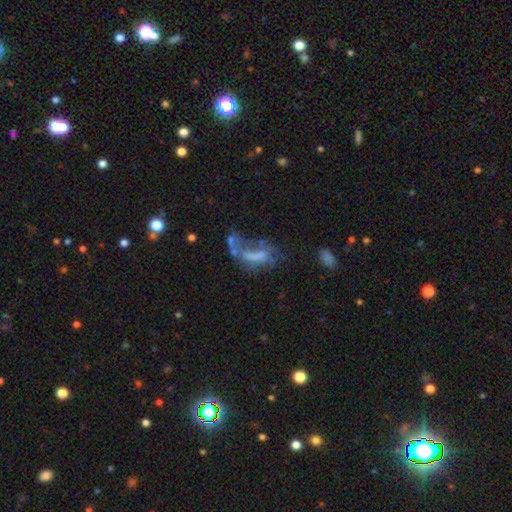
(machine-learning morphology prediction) Smooth or featured? Predicted: featured or disk (p=0.50). Edge-on disk? Predicted: no (p=0.92). Merging? Predicted: major disturbance (p=0.40).